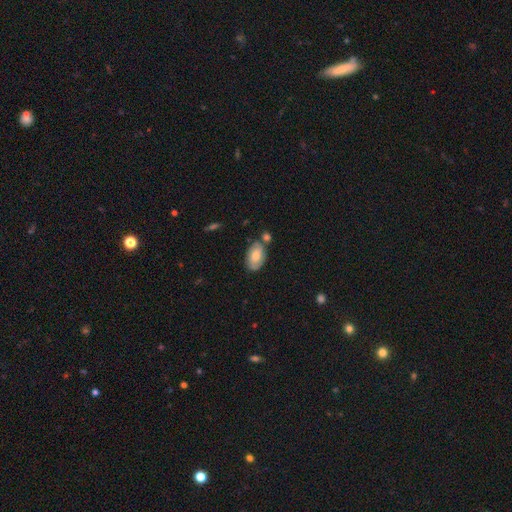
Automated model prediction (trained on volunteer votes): A smooth galaxy with no disk features (66%) that is in between round and cigar-shaped (92%). Merging: none (60%).